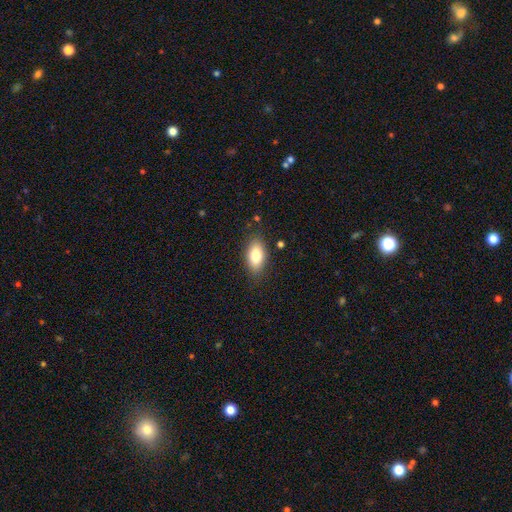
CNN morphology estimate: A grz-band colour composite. It shows a smooth galaxy with no disk features (82%) that is in between round and cigar-shaped (90%). Merging: none (83%).